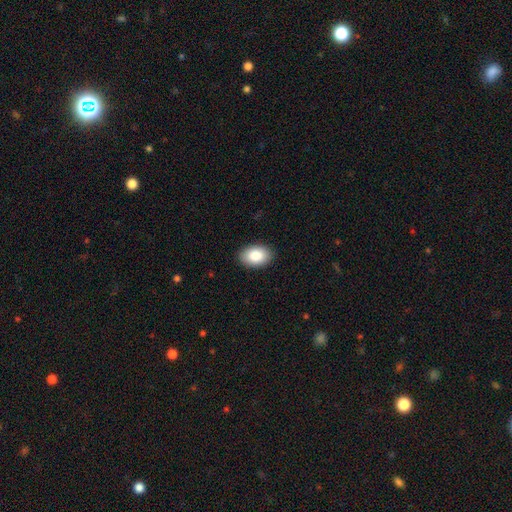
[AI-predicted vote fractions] A smooth galaxy with no disk features (86%) that is in between round and cigar-shaped (87%). Merging: none (90%).